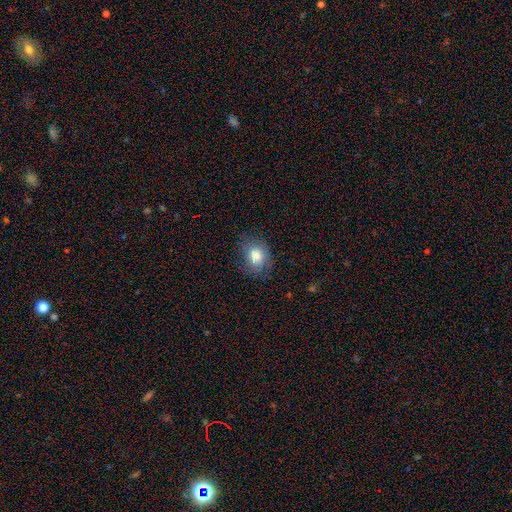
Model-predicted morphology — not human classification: A smooth galaxy with no disk features (78%) that is in between round and cigar-shaped (52%). Merging: none (71%).